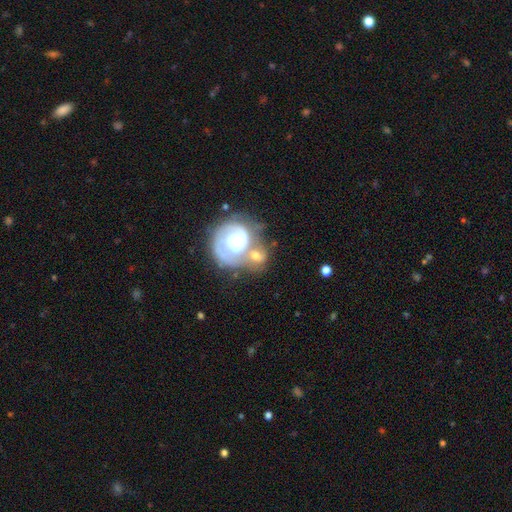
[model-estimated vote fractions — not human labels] Smooth or featured? featured or disk (61%)
Edge-on disk? no (98%)
Bar? no (72%)
Spiral arms? yes (68%)
Bulge size? large (32%)
Merging? merger (39%)